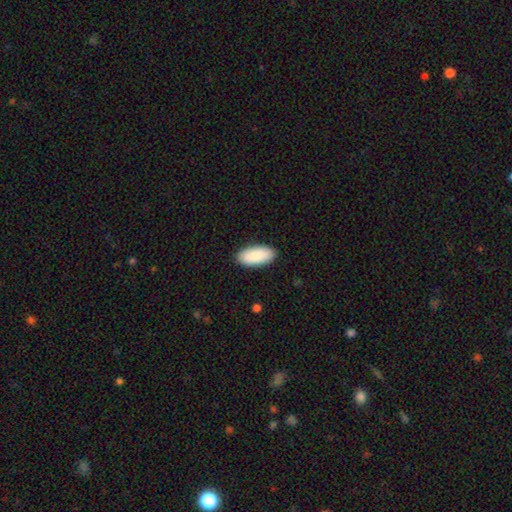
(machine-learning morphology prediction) smooth-or-featured: smooth: 90% | star or artifact: 6% | featured or disk: 4%
  how-rounded: in between: 91% | cigar-shaped: 8% | round: 2%
  merging: none: 89% | minor disturbance: 8% | major disturbance: 2% | merger: 1%